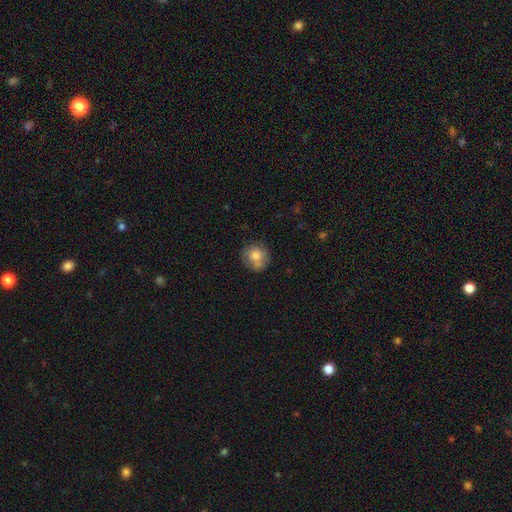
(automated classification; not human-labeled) Smooth or featured?
  - smooth: 77% *
  - featured or disk: 15%
  - star or artifact: 8%
How rounded?
  - round: 87% *
  - in between: 12%
  - cigar-shaped: 1%
Merging?
  - none: 69% *
  - minor disturbance: 22%
  - major disturbance: 6%
  - merger: 3%